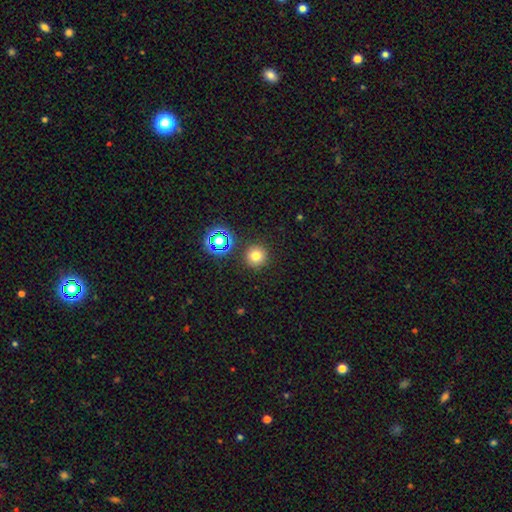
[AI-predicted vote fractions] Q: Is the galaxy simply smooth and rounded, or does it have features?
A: smooth — 73%.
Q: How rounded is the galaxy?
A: round — 95%.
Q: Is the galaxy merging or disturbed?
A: none — 89%.